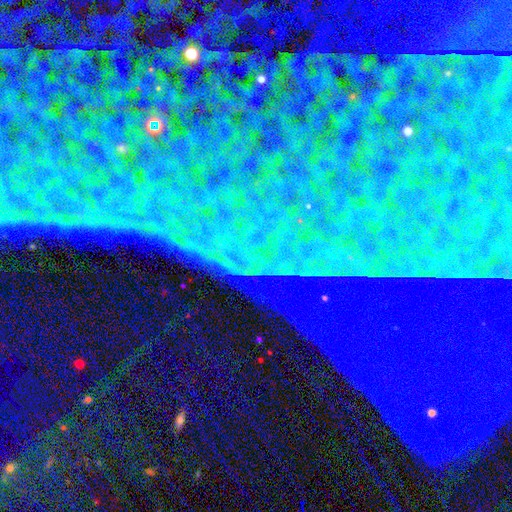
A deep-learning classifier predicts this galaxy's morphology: This is clearly a star or artifact rather than a galaxy (86%).